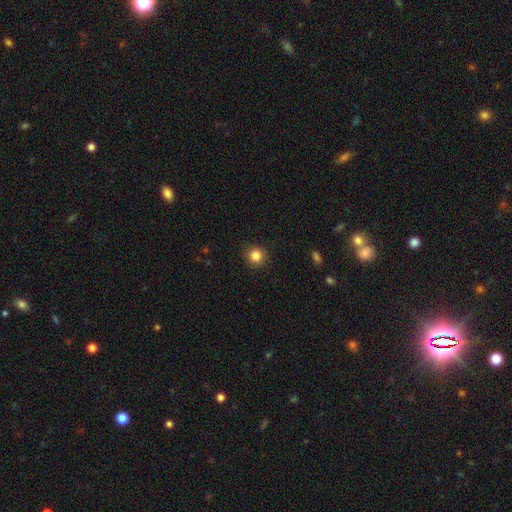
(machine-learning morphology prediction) The model was most divided on "smooth or featured": smooth: 85%, star or artifact: 11%, featured or disk: 5%. More confident: how rounded — round (93%); merging — none (91%).